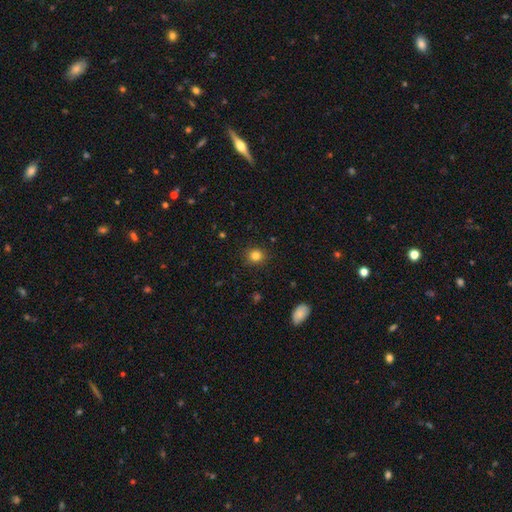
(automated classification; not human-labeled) Overall: smooth (83%). How rounded: round (83%). Merging: none (89%).